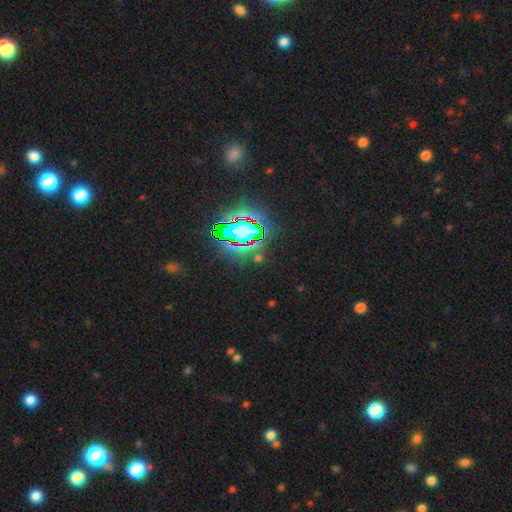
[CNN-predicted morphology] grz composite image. It shows a star or artifact, not a galaxy (79%).